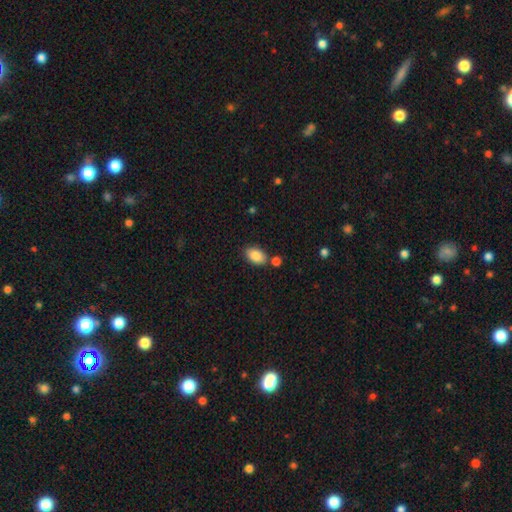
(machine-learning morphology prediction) This appears to be a smooth galaxy with no disk features (87%) that is in between round and cigar-shaped (91%). Merging: none (75%).